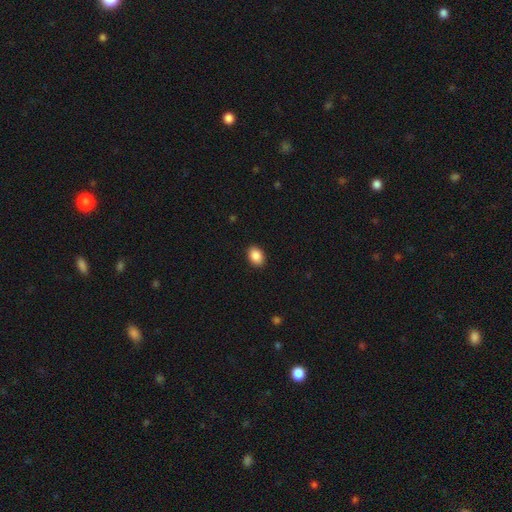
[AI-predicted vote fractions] Morphology: type=smooth (89%); roundness=in between (77%); merging=none (90%).